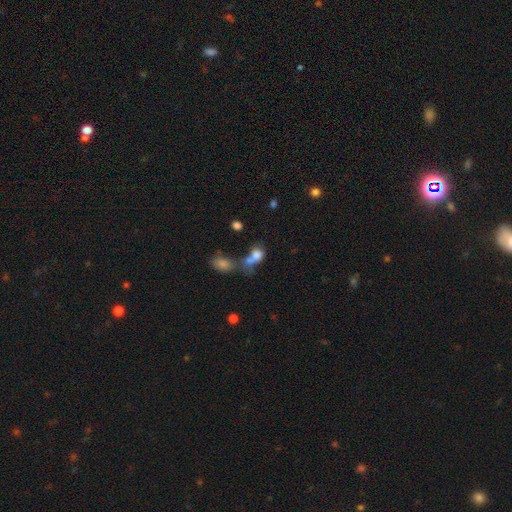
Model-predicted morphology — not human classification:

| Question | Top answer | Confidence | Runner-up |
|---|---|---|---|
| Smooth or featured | smooth | 77% | featured or disk (12%) |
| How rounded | in between | 62% | round (35%) |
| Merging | merger | 54% | none (24%) |